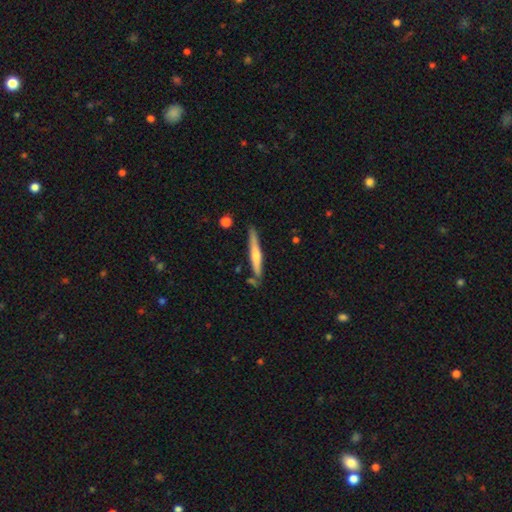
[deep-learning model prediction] smooth_or_featured: featured or disk (p=0.55) [alt: smooth p=0.40]
disk_edge_on: yes (p=0.96) [alt: no p=0.04]
edge_on_bulge: rounded (p=0.67) [alt: none p=0.22]
merging: none (p=0.83) [alt: minor disturbance p=0.11]